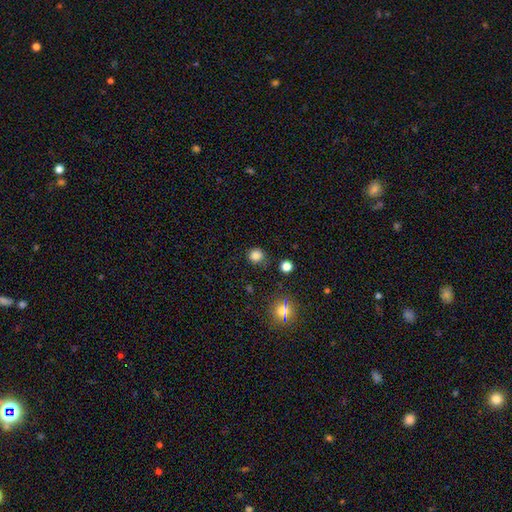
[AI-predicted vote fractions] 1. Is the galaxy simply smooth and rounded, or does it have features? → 81% smooth, 15% star or artifact, 4% featured or disk.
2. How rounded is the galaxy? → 88% round, 11% in between, 1% cigar-shaped.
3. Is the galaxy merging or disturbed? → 80% none, 13% minor disturbance, 4% major disturbance, 3% merger.